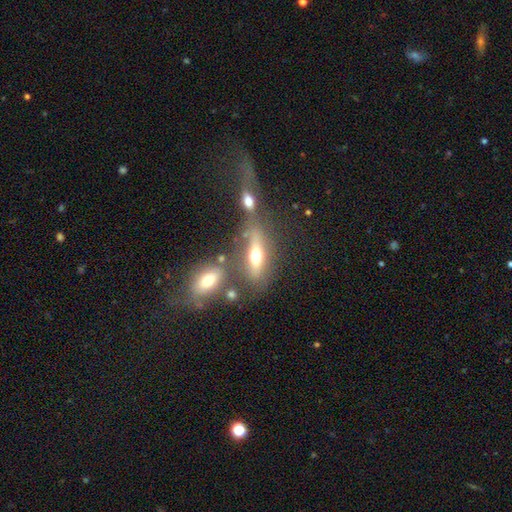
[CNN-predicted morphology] Smooth or featured? smooth (49%)
Merging? none (56%)